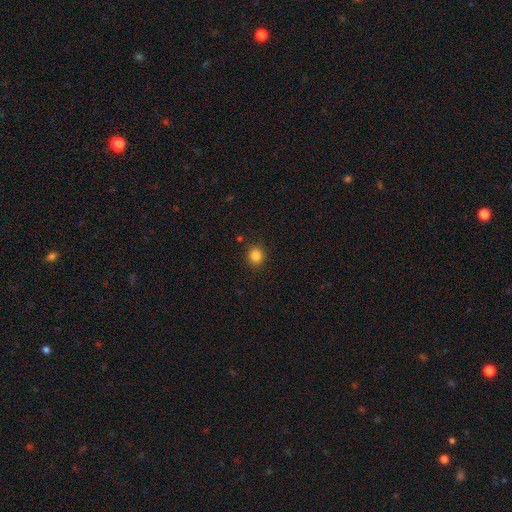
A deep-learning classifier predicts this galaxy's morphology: smooth-or-featured: smooth: 84% | star or artifact: 12% | featured or disk: 4%
  how-rounded: round: 88% | in between: 11% | cigar-shaped: 1%
  merging: none: 89% | minor disturbance: 7% | major disturbance: 2% | merger: 2%